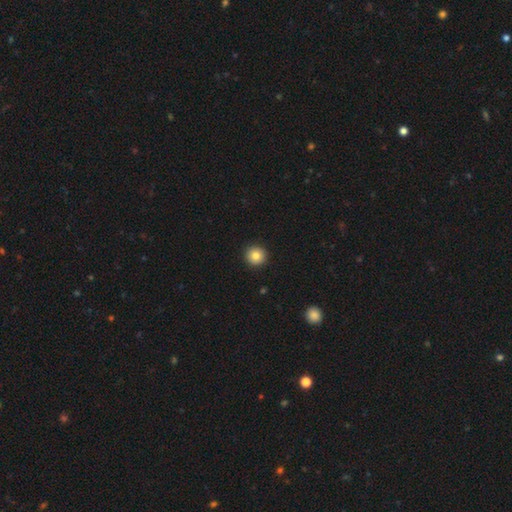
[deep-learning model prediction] Morphology: type=smooth (84%); roundness=round (95%); merging=none (93%).